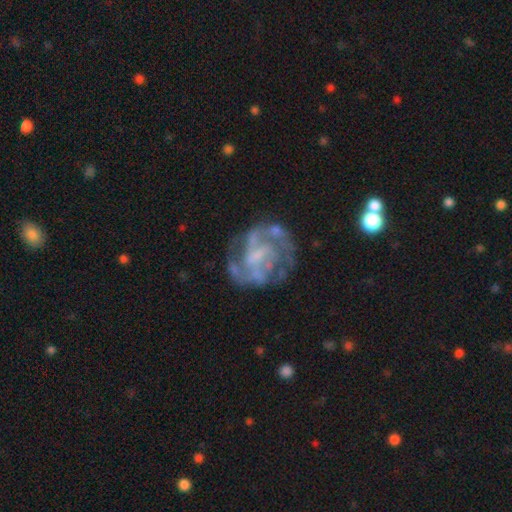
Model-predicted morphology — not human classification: smooth_or_featured: featured or disk (p=0.83) [alt: smooth p=0.09]
disk_edge_on: no (p=0.98) [alt: yes p=0.02]
bar: weak (p=0.43) [alt: no p=0.40]
has_spiral_arms: yes (p=0.84) [alt: no p=0.16]
spiral_winding: tight (p=0.43) [tied with: medium p=0.43]
spiral_arm_count: can't tell (p=0.31) [alt: 2 p=0.30]
bulge_size: none (p=0.43) [alt: small p=0.32]
merging: none (p=0.64) [alt: minor disturbance p=0.18]